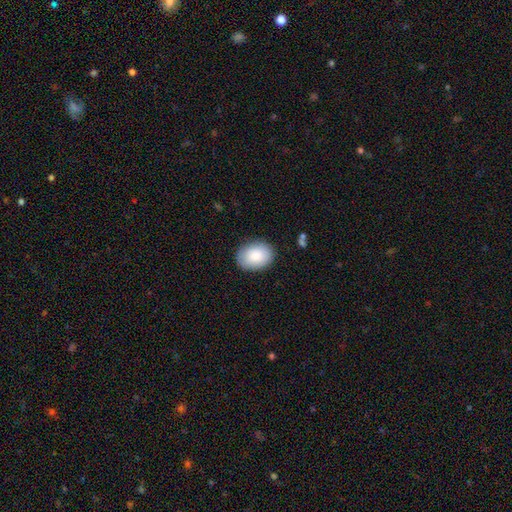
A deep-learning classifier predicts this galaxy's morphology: smooth_or_featured: smooth (p=0.86) [alt: featured or disk p=0.07]
how_rounded: in between (p=0.71) [alt: round p=0.29]
merging: none (p=0.86) [alt: minor disturbance p=0.11]